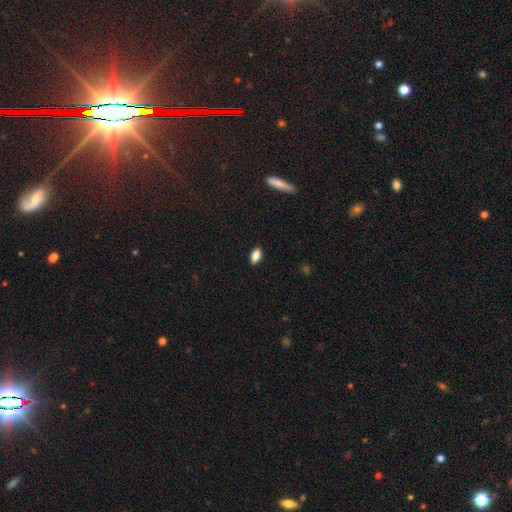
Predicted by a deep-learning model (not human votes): This is clearly a smooth galaxy (85%). How rounded: clearly in between (88%). Merging: clearly none (88%).